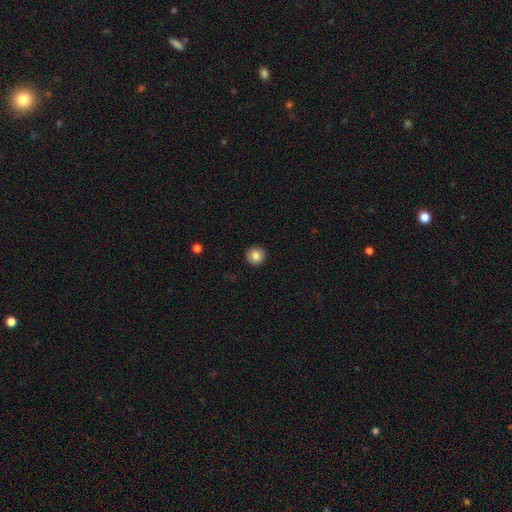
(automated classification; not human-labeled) Morphology: type=smooth (85%); roundness=round (94%); merging=none (93%).